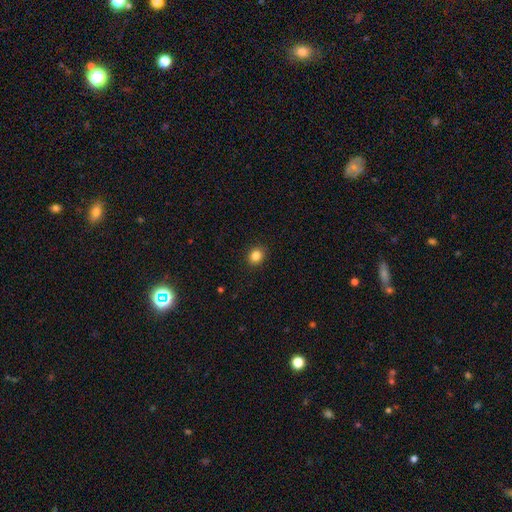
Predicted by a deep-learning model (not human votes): Q: Smooth or featured?
A: smooth (85%); runner-up: star or artifact (11%)
Q: How rounded?
A: round (66%); runner-up: in between (33%)
Q: Merging?
A: none (90%); runner-up: minor disturbance (7%)